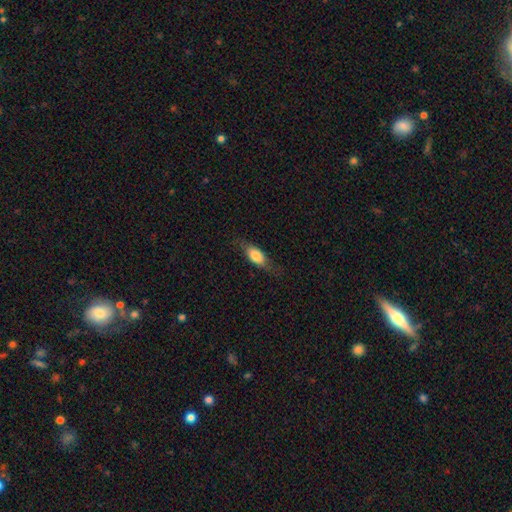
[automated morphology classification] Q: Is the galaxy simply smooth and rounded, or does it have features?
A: smooth — 69%.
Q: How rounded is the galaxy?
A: in between — 75%.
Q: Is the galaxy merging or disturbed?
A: none — 69%.